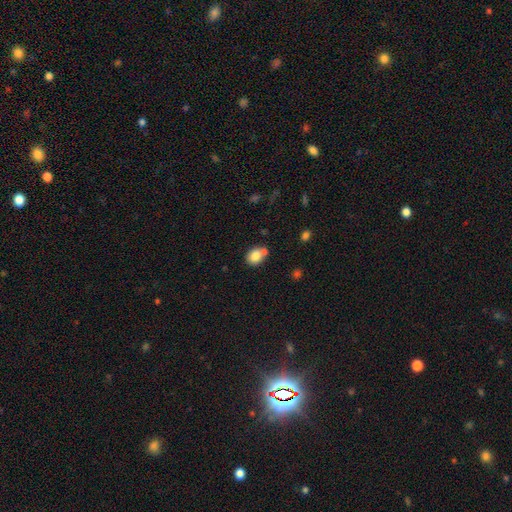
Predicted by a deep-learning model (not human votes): Morphology: type=smooth (81%); roundness=round (56%); merging=none (56%).